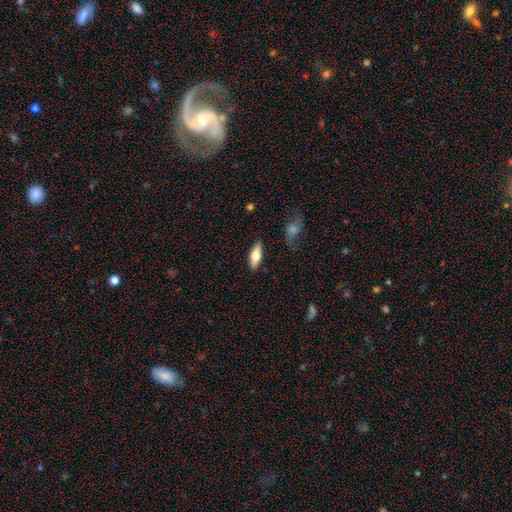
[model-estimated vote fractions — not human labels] This is likely a smooth galaxy (64%). How rounded: likely in between (69%). Merging: clearly none (87%).